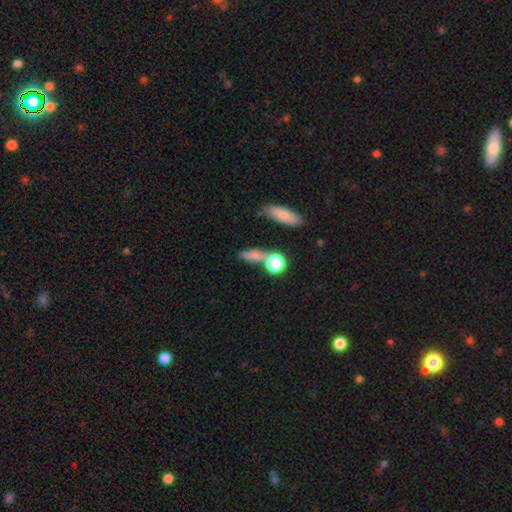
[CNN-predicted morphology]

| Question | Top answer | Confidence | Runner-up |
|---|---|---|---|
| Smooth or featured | smooth | 70% | star or artifact (15%) |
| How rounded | cigar-shaped | 38% | round (32%) |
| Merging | none | 52% | merger (25%) |